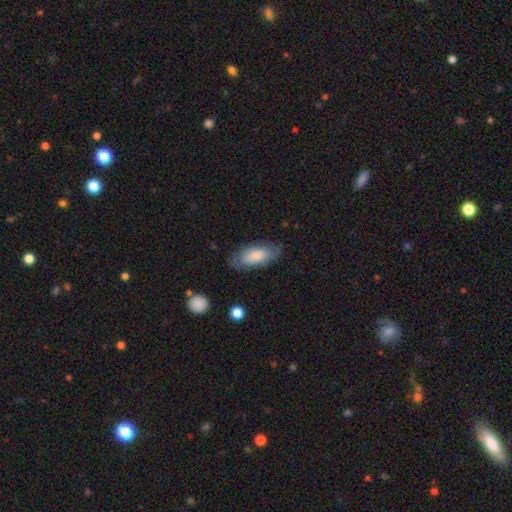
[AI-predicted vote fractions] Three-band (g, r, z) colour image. It shows a smooth galaxy with no disk features (73%) that is in between round and cigar-shaped (86%). Merging: none (74%).